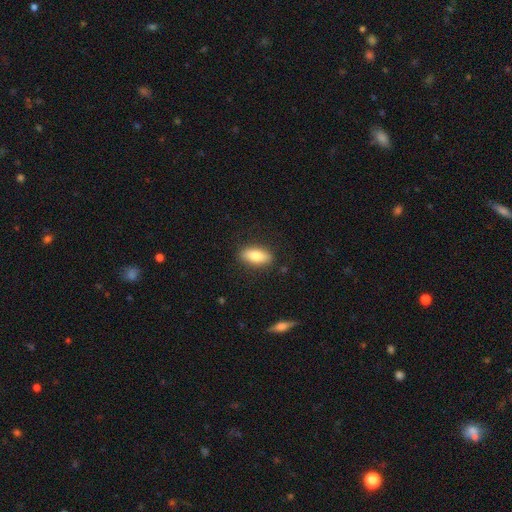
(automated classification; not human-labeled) Morphology: type=smooth (78%); roundness=in between (80%); merging=none (86%).